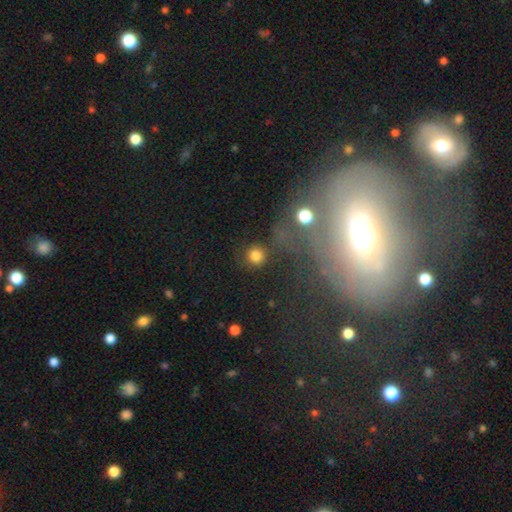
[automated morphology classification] smooth-or-featured: smooth: 80% | star or artifact: 14% | featured or disk: 6%
  how-rounded: round: 94% | in between: 5% | cigar-shaped: 1%
  merging: none: 85% | minor disturbance: 7% | merger: 4% | major disturbance: 4%